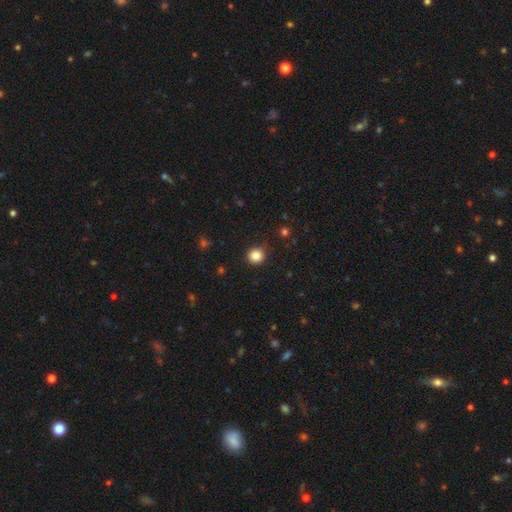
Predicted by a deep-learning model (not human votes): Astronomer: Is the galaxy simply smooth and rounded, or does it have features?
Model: smooth — 85%.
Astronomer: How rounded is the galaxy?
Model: round — 92%.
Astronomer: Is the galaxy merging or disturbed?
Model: none — 90%.